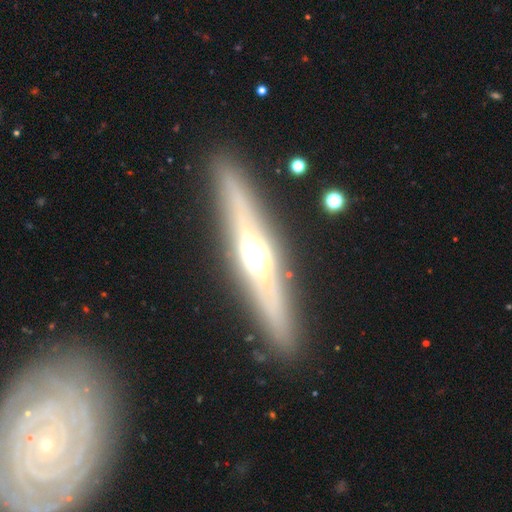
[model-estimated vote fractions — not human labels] Smooth or featured: featured or disk — 70% (smooth — 23%)
Edge-on disk: yes — 91% (no — 9%)
Edge-on bulge: rounded — 88% (boxy — 6%)
Merging: none — 88% (minor disturbance — 8%)